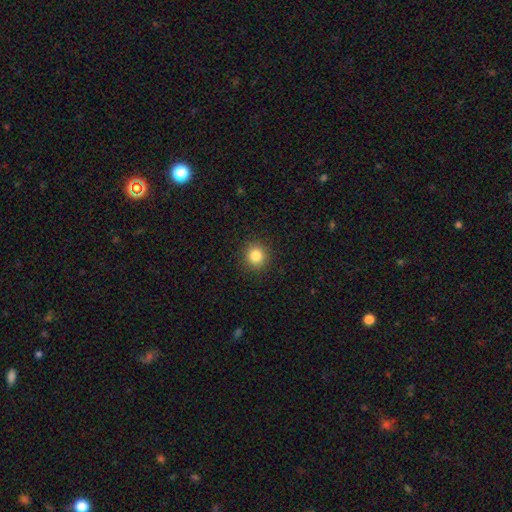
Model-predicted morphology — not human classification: smooth-or-featured: smooth: 85% | star or artifact: 11% | featured or disk: 5%
  how-rounded: round: 91% | in between: 8% | cigar-shaped: 1%
  merging: none: 91% | minor disturbance: 6% | major disturbance: 2% | merger: 1%